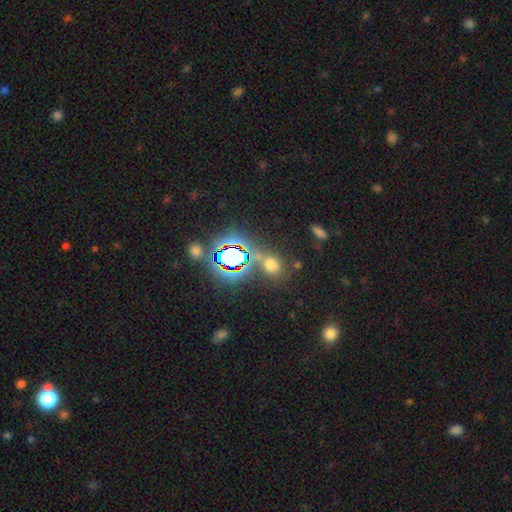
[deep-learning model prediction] Smooth or featured?
  - star or artifact: 58% *
  - smooth: 33%
  - featured or disk: 9%